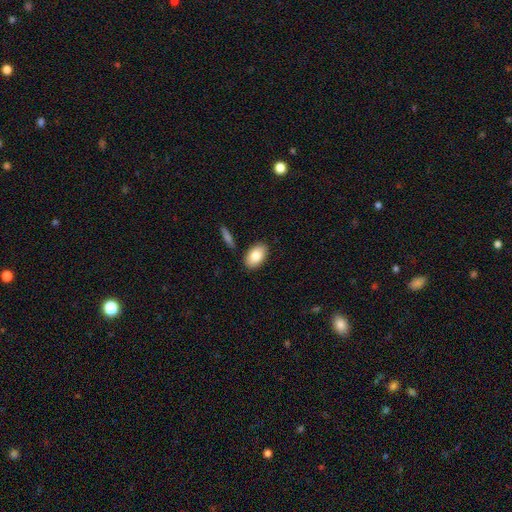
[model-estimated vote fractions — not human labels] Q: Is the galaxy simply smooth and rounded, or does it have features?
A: smooth — 82%.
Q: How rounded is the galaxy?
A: in between — 92%.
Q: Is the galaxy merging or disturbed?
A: none — 86%.